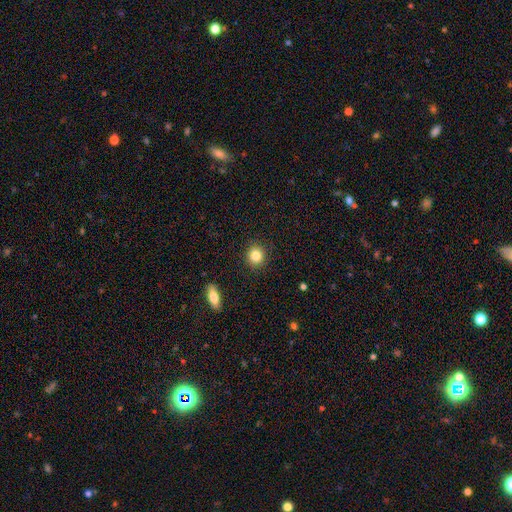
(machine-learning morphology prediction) smooth_or_featured: smooth (p=0.84) [alt: star or artifact p=0.10]
how_rounded: round (p=0.86) [alt: in between p=0.13]
merging: none (p=0.91) [alt: minor disturbance p=0.06]